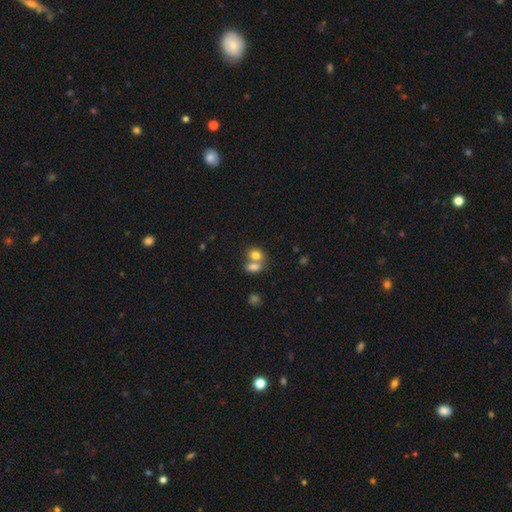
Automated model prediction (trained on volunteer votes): The model was most divided on "how rounded": in between: 63%, round: 35%, cigar-shaped: 2%. More confident: smooth or featured — smooth (79%); merging — merger (59%).